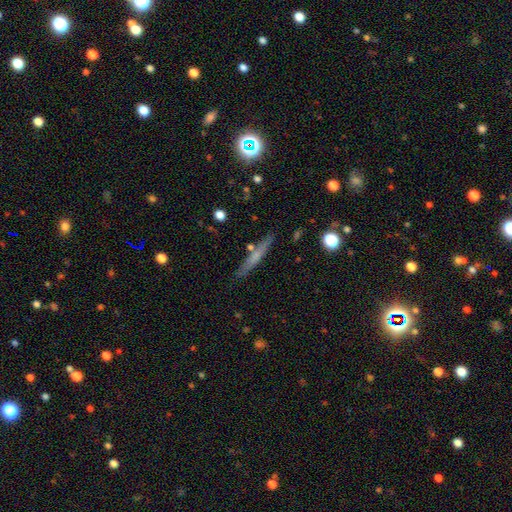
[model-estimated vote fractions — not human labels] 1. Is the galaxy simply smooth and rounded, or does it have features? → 52% smooth, 40% featured or disk, 7% star or artifact.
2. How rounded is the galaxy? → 94% cigar-shaped, 4% in between, 2% round.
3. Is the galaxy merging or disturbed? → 85% none, 9% minor disturbance, 4% merger, 2% major disturbance.